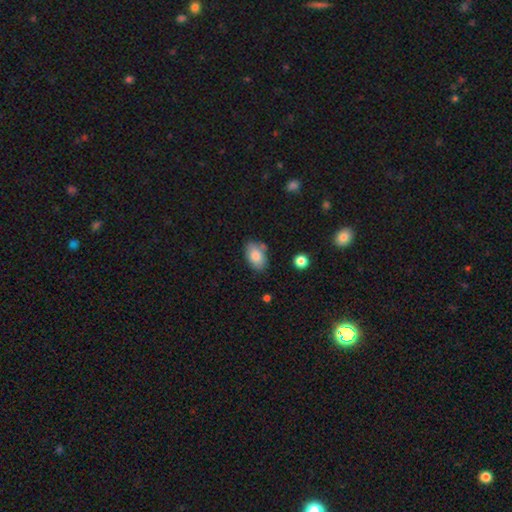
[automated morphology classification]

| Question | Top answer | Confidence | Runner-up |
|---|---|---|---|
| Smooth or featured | smooth | 83% | featured or disk (10%) |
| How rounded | in between | 91% | round (8%) |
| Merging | none | 70% | minor disturbance (18%) |